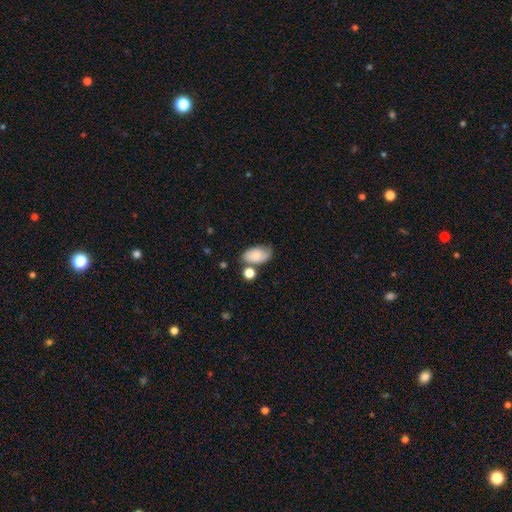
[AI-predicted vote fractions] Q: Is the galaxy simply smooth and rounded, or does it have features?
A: smooth — 81%.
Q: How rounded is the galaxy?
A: in between — 92%.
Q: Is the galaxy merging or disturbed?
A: none — 56%.